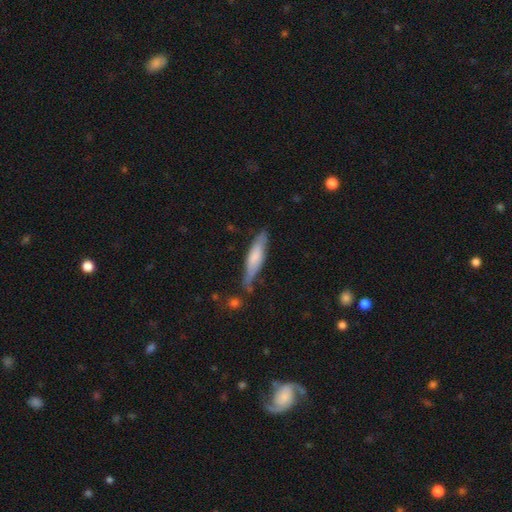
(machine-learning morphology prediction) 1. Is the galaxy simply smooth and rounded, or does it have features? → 57% smooth, 36% featured or disk, 7% star or artifact.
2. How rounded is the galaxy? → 78% cigar-shaped, 21% in between, 2% round.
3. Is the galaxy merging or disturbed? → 69% none, 22% minor disturbance, 5% major disturbance, 4% merger.